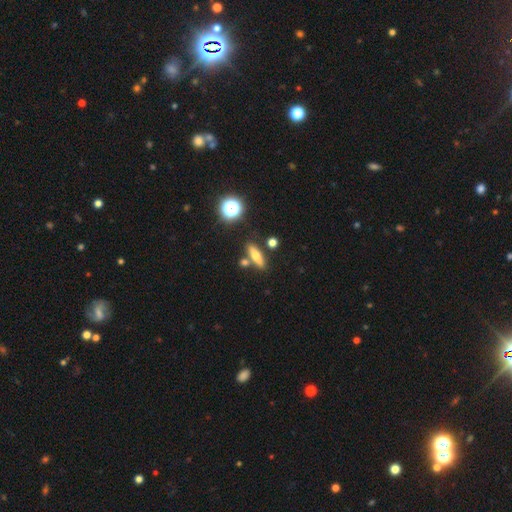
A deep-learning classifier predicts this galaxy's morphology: A smooth galaxy with no disk features (56%) that is cigar-shaped (57%). Merging: none (76%).